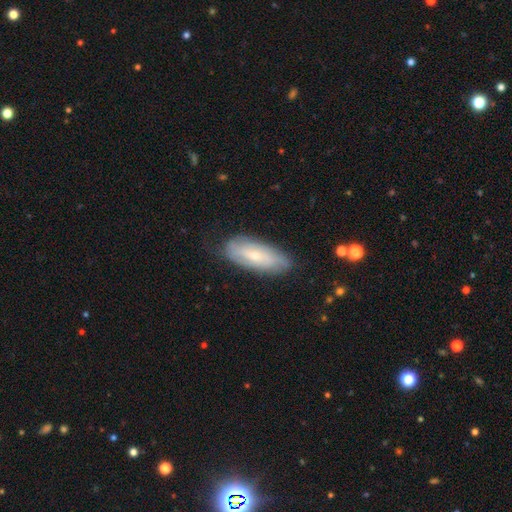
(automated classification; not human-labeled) The model was most divided on "smooth or featured": featured or disk: 49%, smooth: 44%, star or artifact: 7%. More confident: merging — none (77%).